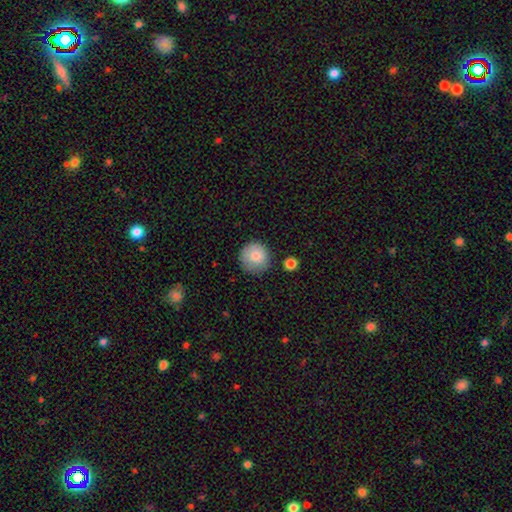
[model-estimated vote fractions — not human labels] Smooth or featured?
  - smooth: 81% *
  - featured or disk: 10%
  - star or artifact: 8%
How rounded?
  - round: 95% *
  - in between: 4%
  - cigar-shaped: 1%
Merging?
  - none: 82% *
  - minor disturbance: 13%
  - major disturbance: 3%
  - merger: 3%